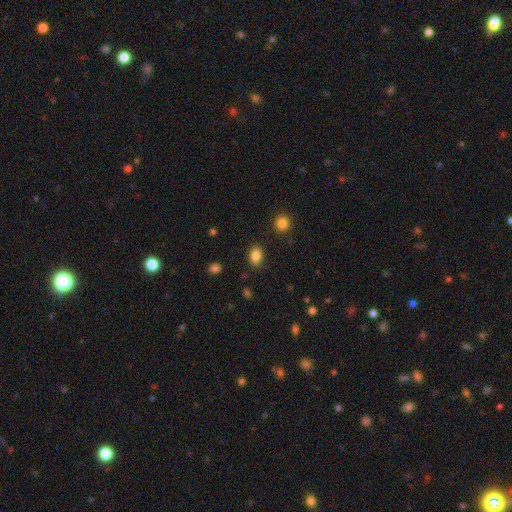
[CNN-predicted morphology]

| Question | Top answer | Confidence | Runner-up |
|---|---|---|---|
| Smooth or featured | smooth | 85% | star or artifact (10%) |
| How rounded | in between | 81% | round (17%) |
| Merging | none | 85% | minor disturbance (10%) |